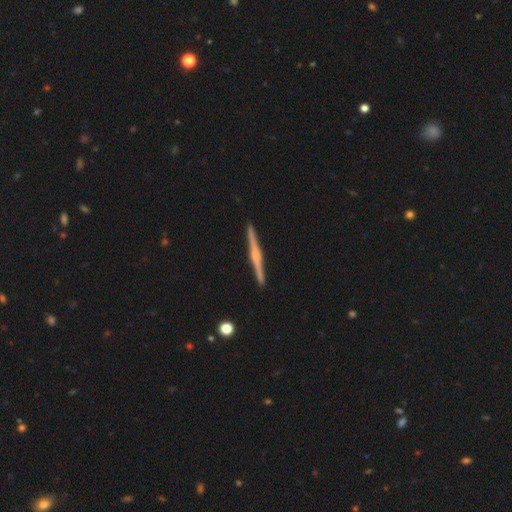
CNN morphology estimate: Smooth or featured: featured or disk — 77% (smooth — 18%)
Edge-on disk: yes — 98% (no — 2%)
Edge-on bulge: rounded — 69% (none — 16%)
Merging: none — 93% (minor disturbance — 5%)